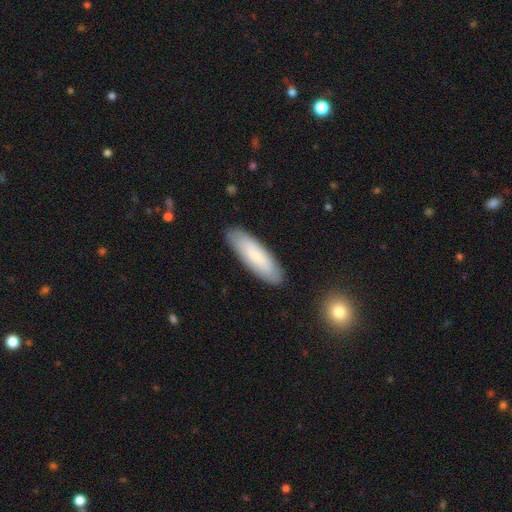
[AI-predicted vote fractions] Smooth or featured?
  - smooth: 78% *
  - featured or disk: 16%
  - star or artifact: 6%
How rounded?
  - cigar-shaped: 54% *
  - in between: 45%
  - round: 1%
Merging?
  - none: 87% *
  - minor disturbance: 9%
  - major disturbance: 2%
  - merger: 1%